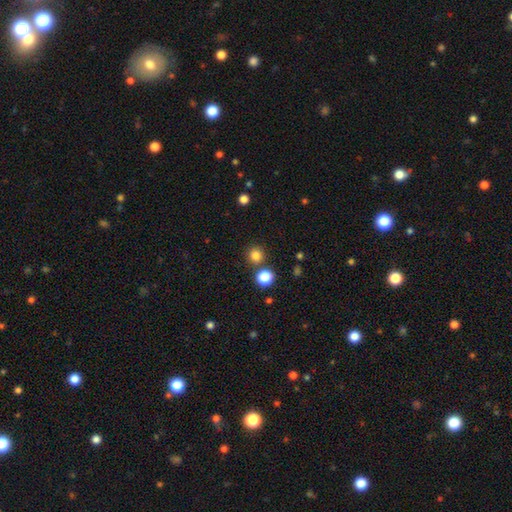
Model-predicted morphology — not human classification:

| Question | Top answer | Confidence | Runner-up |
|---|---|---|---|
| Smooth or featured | smooth | 81% | star or artifact (14%) |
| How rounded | round | 93% | in between (6%) |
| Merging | none | 81% | merger (11%) |